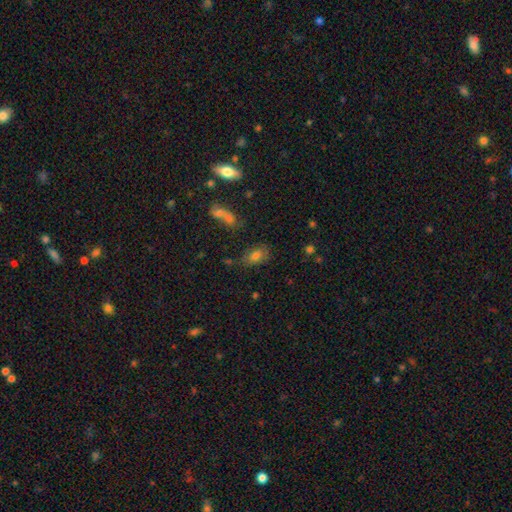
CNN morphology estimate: A smooth galaxy with no disk features (72%) that is in between round and cigar-shaped (83%).

Vote fractions:
- Smooth or featured? smooth: 72% / featured or disk: 15% / star or artifact: 13%
- How rounded? in between: 83% / round: 14% / cigar-shaped: 3%
- Merging? none: 68% / minor disturbance: 18% / merger: 8% / major disturbance: 6%